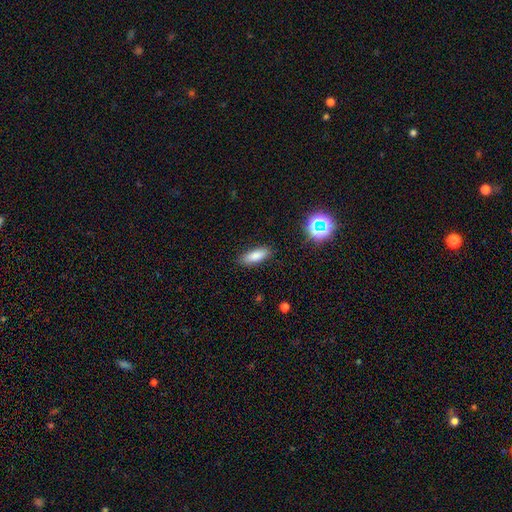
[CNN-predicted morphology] Smooth or featured: smooth — 81% (star or artifact — 10%)
How rounded: in between — 65% (cigar-shaped — 32%)
Merging: none — 88% (minor disturbance — 9%)